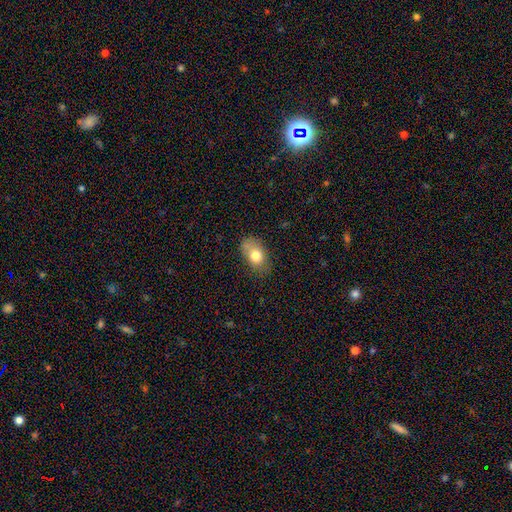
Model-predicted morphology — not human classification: Smooth or featured?
  - smooth: 76% *
  - featured or disk: 16%
  - star or artifact: 9%
How rounded?
  - in between: 83% *
  - round: 15%
  - cigar-shaped: 2%
Merging?
  - none: 66% *
  - minor disturbance: 25%
  - major disturbance: 7%
  - merger: 3%